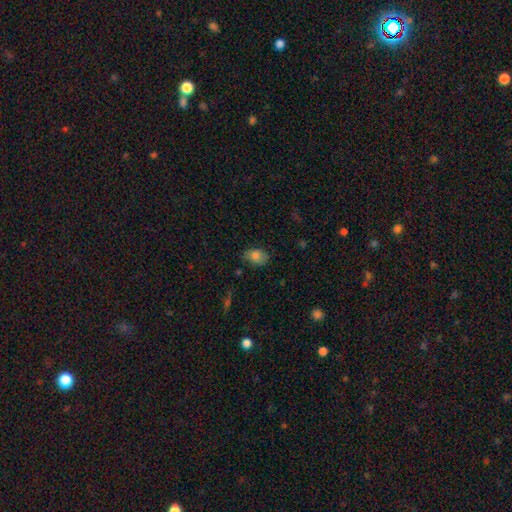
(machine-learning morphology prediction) Smooth or featured? Predicted: smooth (p=0.79). How rounded? Predicted: in between (p=0.76). Merging? Predicted: none (p=0.65).